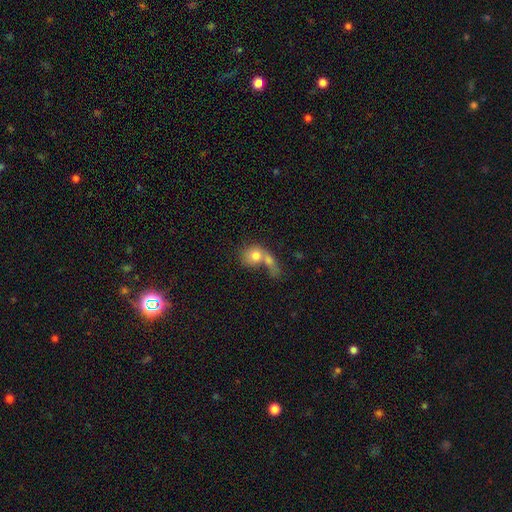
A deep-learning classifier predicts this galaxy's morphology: Smooth or featured: smooth — 73% (featured or disk — 19%)
How rounded: round — 61% (in between — 37%)
Merging: merger — 69% (none — 15%)